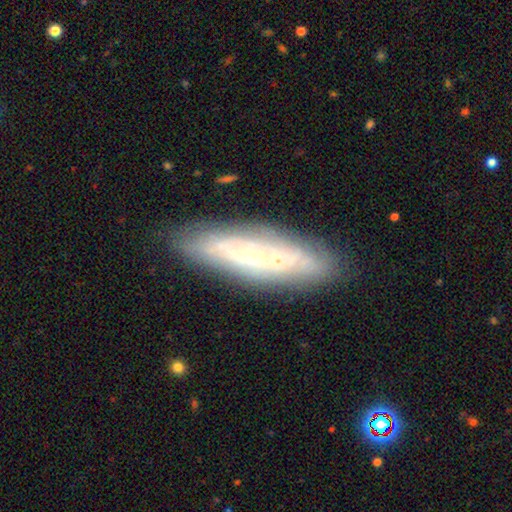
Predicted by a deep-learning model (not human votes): Smooth or featured? Predicted: featured or disk (p=0.67). Edge-on disk? Predicted: no (p=0.67). Merging? Predicted: none (p=0.79).